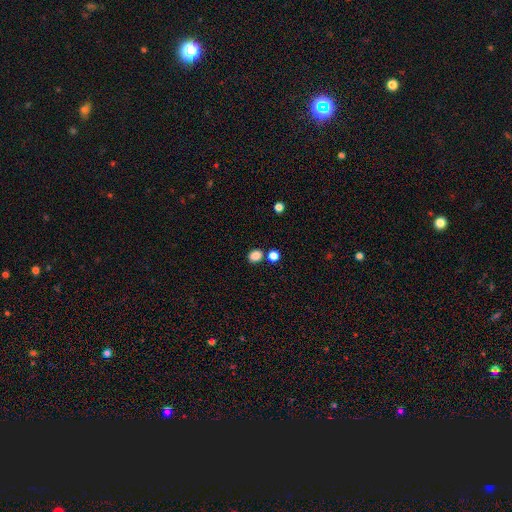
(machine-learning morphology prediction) type=smooth (85%); roundness=round (55%); merging=none (77%).